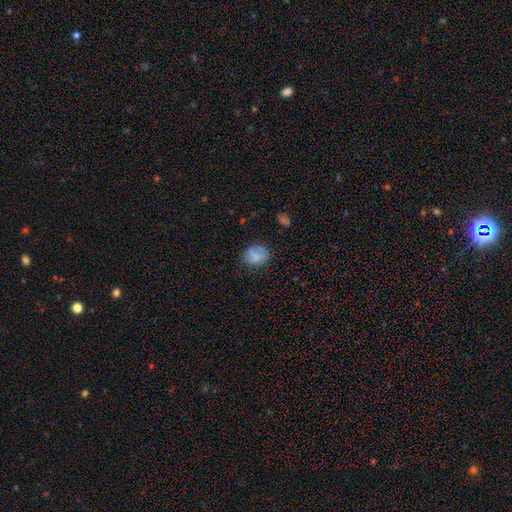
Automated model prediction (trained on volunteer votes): Smooth or featured? Predicted: smooth (p=0.77). How rounded? Predicted: round (p=0.51). Merging? Predicted: none (p=0.67).